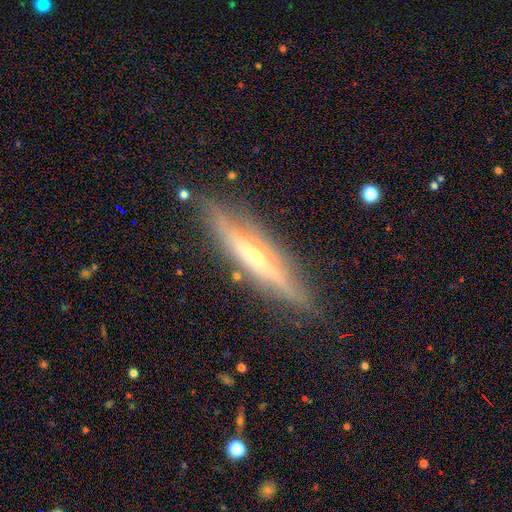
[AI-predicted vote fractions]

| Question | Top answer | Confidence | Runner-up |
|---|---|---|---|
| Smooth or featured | featured or disk | 77% | smooth (17%) |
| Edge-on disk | yes | 93% | no (7%) |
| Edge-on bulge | rounded | 73% | none (21%) |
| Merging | none | 84% | minor disturbance (12%) |